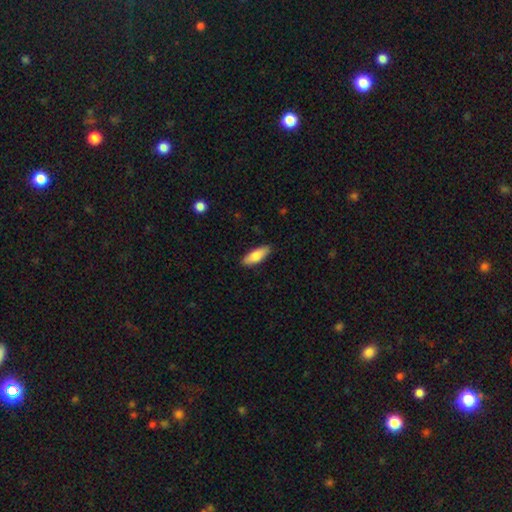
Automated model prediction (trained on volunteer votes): Morphology: type=smooth (80%); roundness=in between (70%); merging=none (87%).